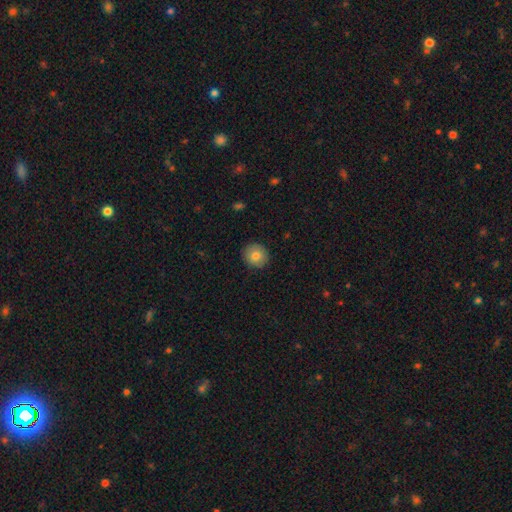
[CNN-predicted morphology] Smooth or featured? Predicted: smooth (p=0.80). How rounded? Predicted: round (p=0.87). Merging? Predicted: none (p=0.89).